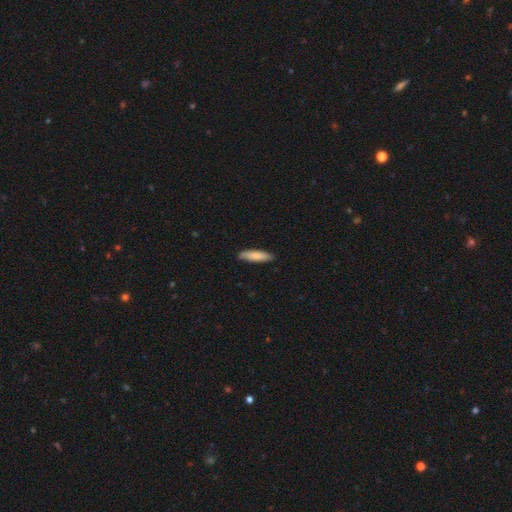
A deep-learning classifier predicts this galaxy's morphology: This is clearly a smooth galaxy (83%). How rounded: likely cigar-shaped (71%). Merging: clearly none (87%).